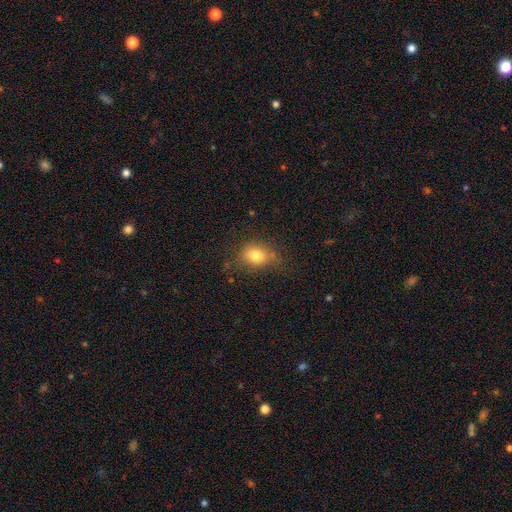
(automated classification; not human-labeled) Q: Smooth or featured?
A: smooth (77%); runner-up: star or artifact (12%)
Q: How rounded?
A: in between (50%); runner-up: round (48%)
Q: Merging?
A: none (67%); runner-up: minor disturbance (23%)